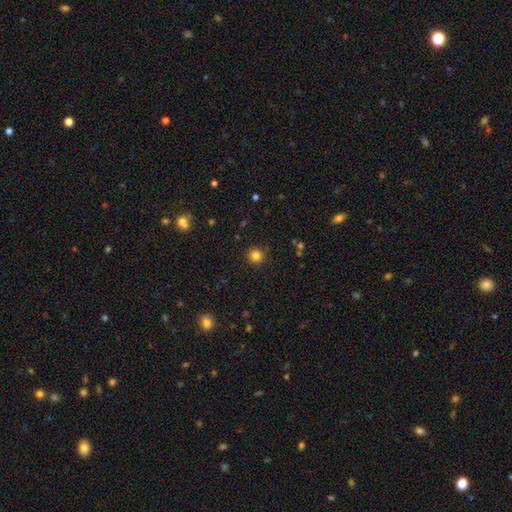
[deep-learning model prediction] This appears to be a smooth galaxy with no disk features (82%) that is round (94%). Merging: none (91%).